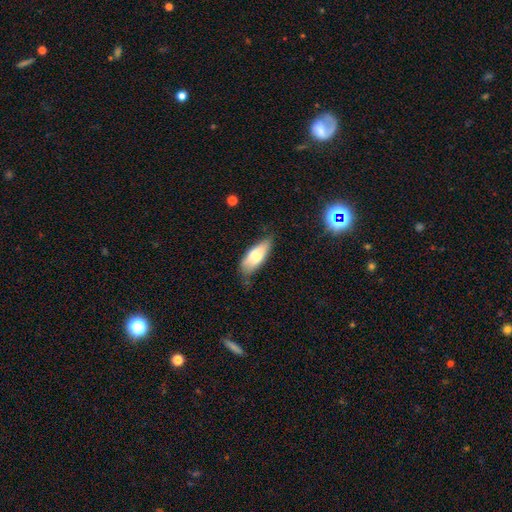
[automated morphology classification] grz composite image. It shows a smooth galaxy with no disk features (65%) that is in between round and cigar-shaped (69%). Merging: none (57%).